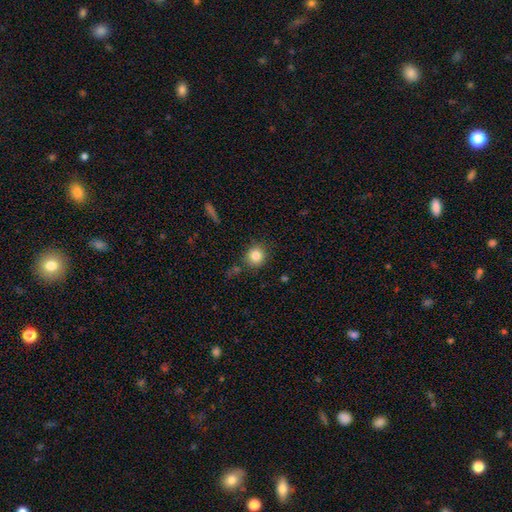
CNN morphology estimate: smooth 84%, star or artifact 10%, featured or disk 6%. Down the decision tree: how rounded — round (87%); merging — none (83%).